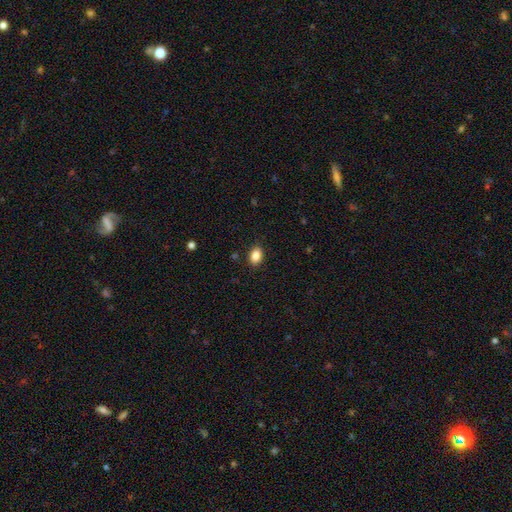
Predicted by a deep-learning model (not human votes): Smooth or featured: smooth — 86% (star or artifact — 9%)
How rounded: in between — 81% (round — 18%)
Merging: none — 88% (minor disturbance — 8%)